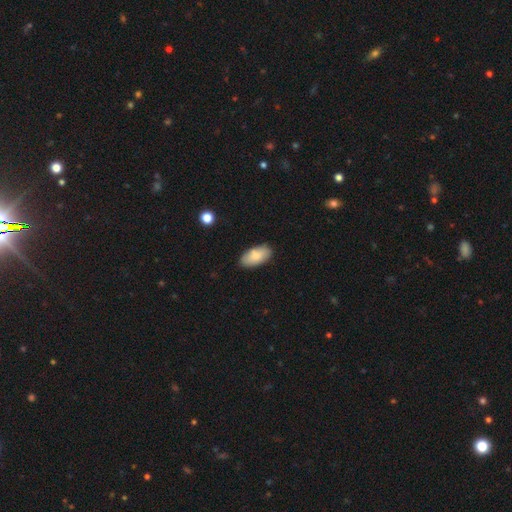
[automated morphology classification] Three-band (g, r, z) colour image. It shows a smooth galaxy with no disk features (85%) that is in between round and cigar-shaped (94%). Merging: none (84%).